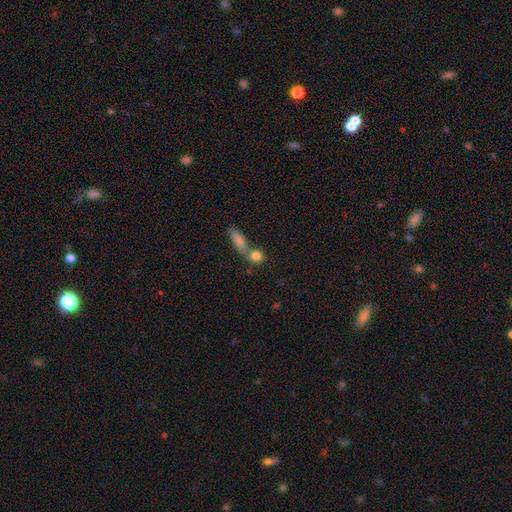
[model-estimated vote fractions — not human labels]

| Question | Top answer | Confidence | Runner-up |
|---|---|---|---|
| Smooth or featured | smooth | 81% | star or artifact (10%) |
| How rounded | round | 71% | in between (21%) |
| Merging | none | 47% | merger (41%) |